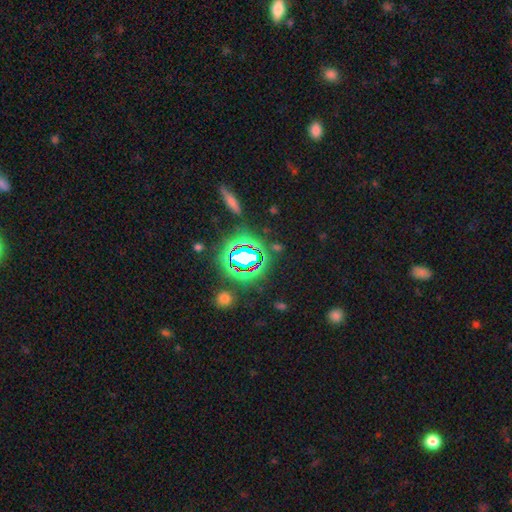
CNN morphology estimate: A star or artifact, not a galaxy (75%).